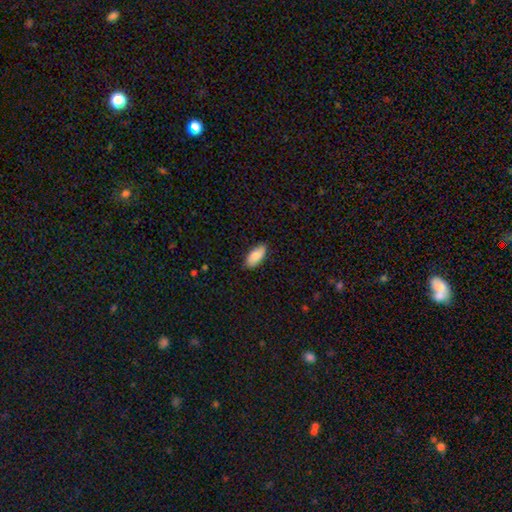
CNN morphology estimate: type=smooth (82%); roundness=in between (90%); merging=none (84%).